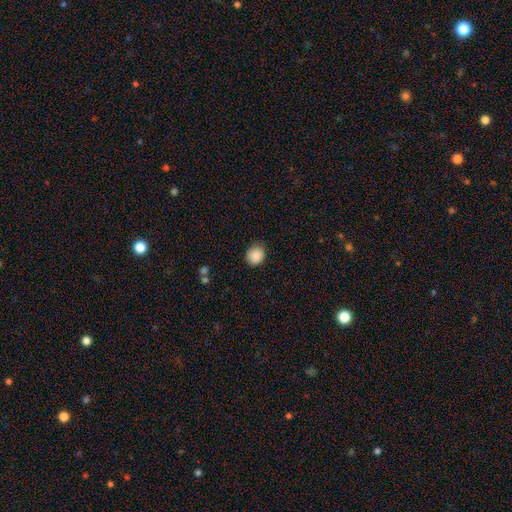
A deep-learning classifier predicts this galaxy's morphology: This is clearly a smooth galaxy (88%). How rounded: likely round (75%). Merging: clearly none (85%).